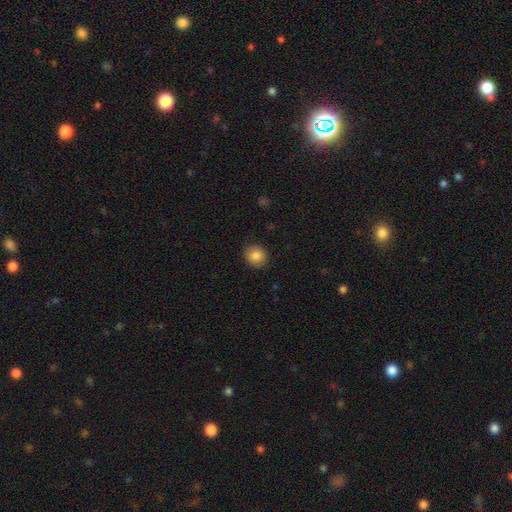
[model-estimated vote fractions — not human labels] Smooth or featured?
  - smooth: 85% *
  - star or artifact: 9%
  - featured or disk: 6%
How rounded?
  - round: 85% *
  - in between: 14%
  - cigar-shaped: 1%
Merging?
  - none: 90% *
  - minor disturbance: 7%
  - major disturbance: 2%
  - merger: 1%